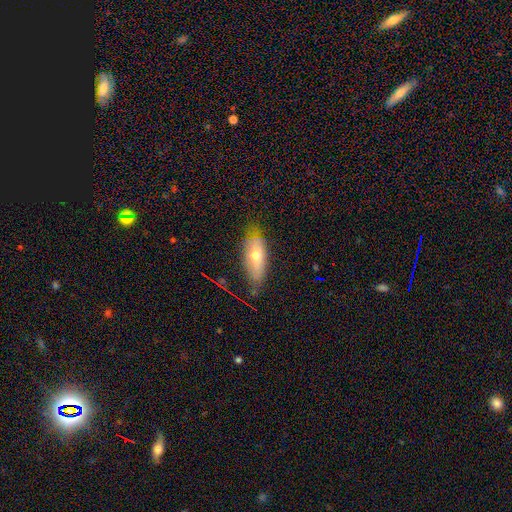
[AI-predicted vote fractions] This is likely a smooth galaxy (62%). How rounded: likely in between (75%). Merging: likely none (63%).